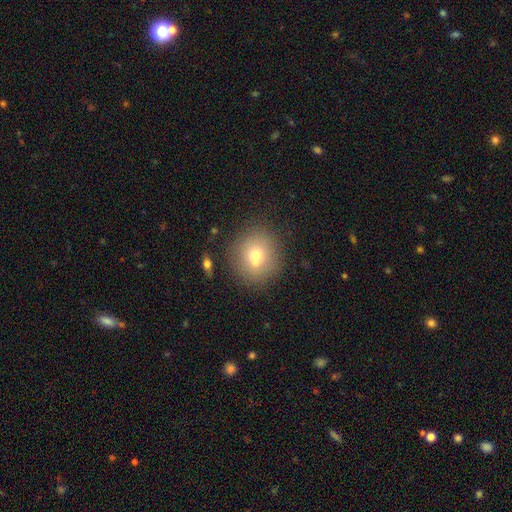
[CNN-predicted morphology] smooth-or-featured: smooth: 68% | featured or disk: 19% | star or artifact: 13%
  how-rounded: round: 85% | in between: 14% | cigar-shaped: 1%
  merging: none: 63% | merger: 23% | minor disturbance: 11% | major disturbance: 4%